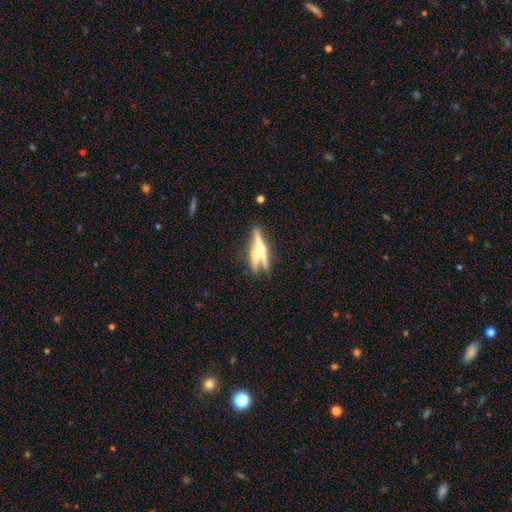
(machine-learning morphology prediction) Smooth or featured? Predicted: featured or disk (p=0.52). Edge-on disk? Predicted: yes (p=0.84). Merging? Predicted: none (p=0.44).